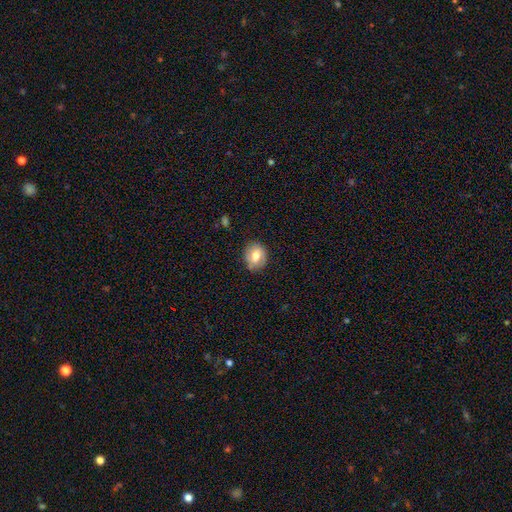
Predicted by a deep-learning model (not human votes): smooth_or_featured: smooth (p=0.66) [alt: featured or disk p=0.25]
how_rounded: round (p=0.66) [alt: in between p=0.33]
merging: none (p=0.79) [alt: minor disturbance p=0.16]